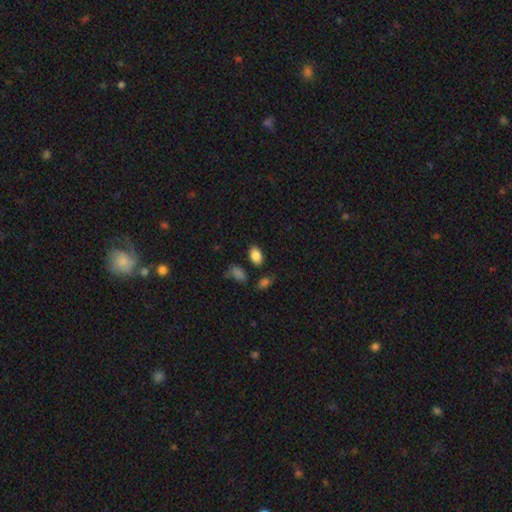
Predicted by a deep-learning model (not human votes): smooth_or_featured: smooth (p=0.87) [alt: star or artifact p=0.09]
how_rounded: in between (p=0.89) [alt: round p=0.10]
merging: none (p=0.80) [alt: minor disturbance p=0.12]